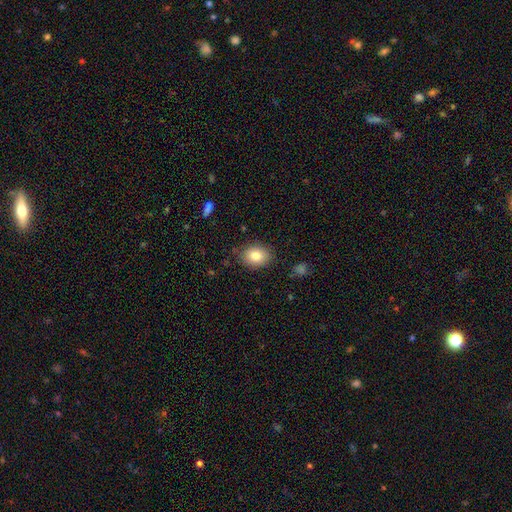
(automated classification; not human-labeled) smooth_or_featured: smooth (p=0.84) [alt: star or artifact p=0.08]
how_rounded: in between (p=0.64) [alt: round p=0.35]
merging: none (p=0.85) [alt: minor disturbance p=0.11]